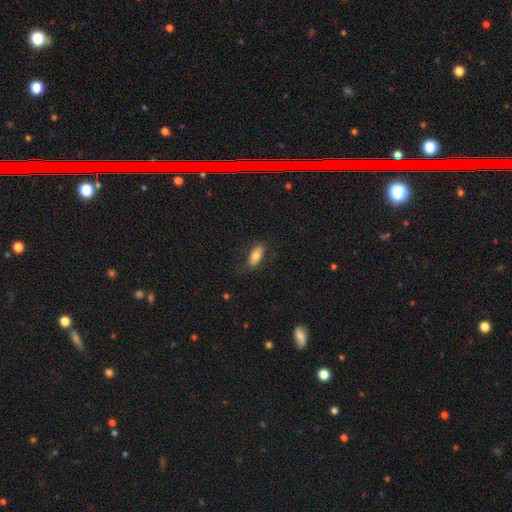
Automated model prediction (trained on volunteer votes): smooth_or_featured: smooth (p=0.72) [alt: featured or disk p=0.21]
how_rounded: in between (p=0.86) [alt: cigar-shaped p=0.11]
merging: none (p=0.78) [alt: minor disturbance p=0.15]